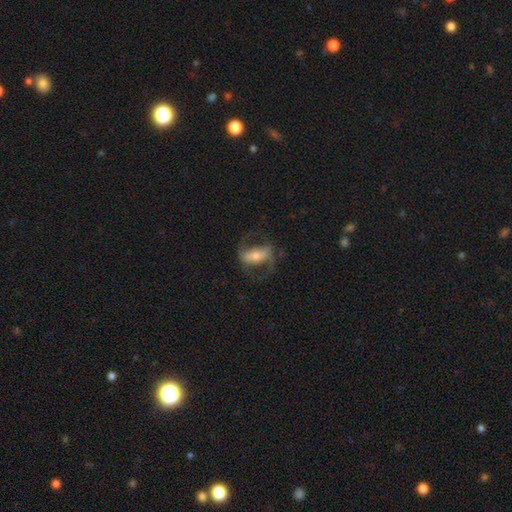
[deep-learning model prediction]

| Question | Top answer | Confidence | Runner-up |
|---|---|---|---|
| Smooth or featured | featured or disk | 70% | smooth (22%) |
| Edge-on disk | no | 90% | yes (10%) |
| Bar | strong | 54% | weak (26%) |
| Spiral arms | yes | 79% | no (21%) |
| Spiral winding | medium | 47% | loose (38%) |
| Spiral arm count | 2 | 87% | can't tell (7%) |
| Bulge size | moderate | 51% | small (36%) |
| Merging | none | 64% | major disturbance (18%) |